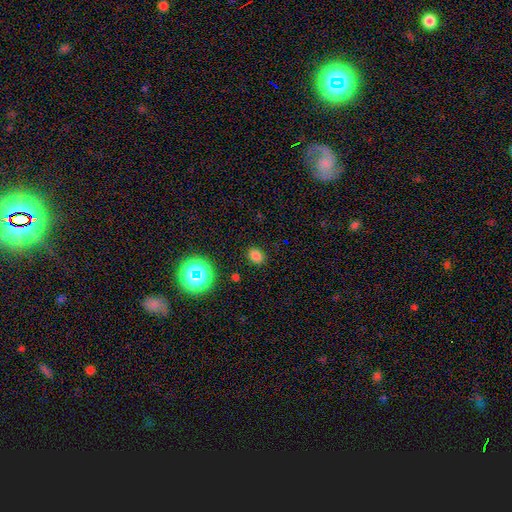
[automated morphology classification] Smooth or featured? smooth (75%)
How rounded? in between (52%)
Merging? none (86%)